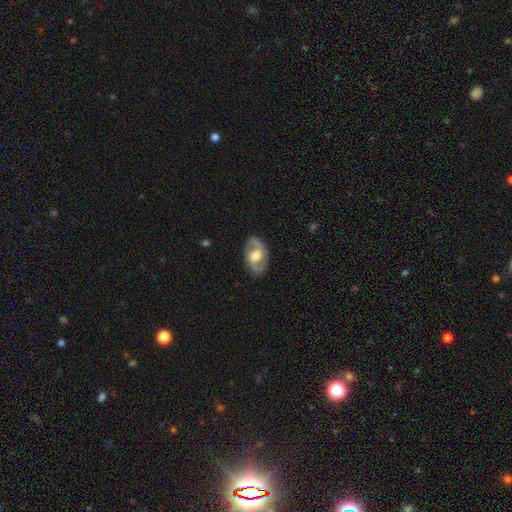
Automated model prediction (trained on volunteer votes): This is likely a featured or disk galaxy (79%). It is clearly not viewed edge-on (95%). Bar: marginally weak (44%). Spiral arm pattern: clearly yes (88%). Spiral arm count: clearly 2 (92%). Spiral winding: possibly medium (51%). Central bulge: possibly moderate (59%). Merging: clearly none (84%).